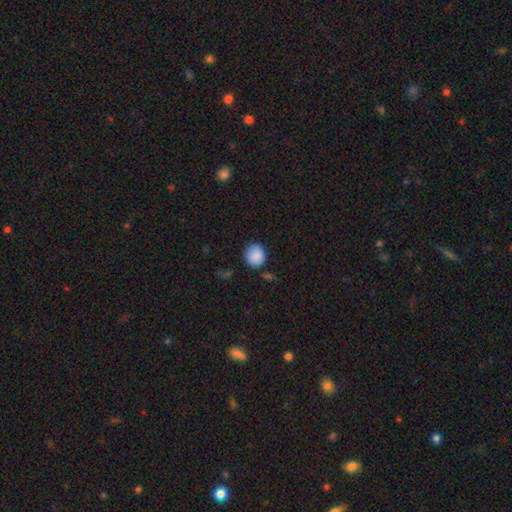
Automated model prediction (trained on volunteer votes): smooth-or-featured: smooth: 88% | star or artifact: 8% | featured or disk: 4%
  how-rounded: round: 84% | in between: 15% | cigar-shaped: 1%
  merging: none: 79% | minor disturbance: 14% | merger: 3% | major disturbance: 3%